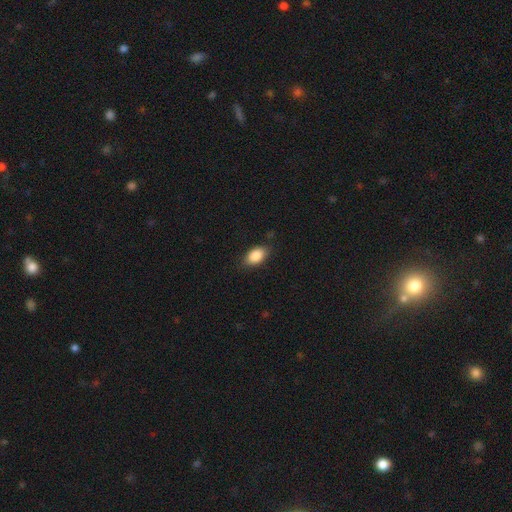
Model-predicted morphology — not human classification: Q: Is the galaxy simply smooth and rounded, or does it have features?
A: smooth — 88%.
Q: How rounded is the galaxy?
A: in between — 91%.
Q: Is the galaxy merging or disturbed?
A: none — 83%.